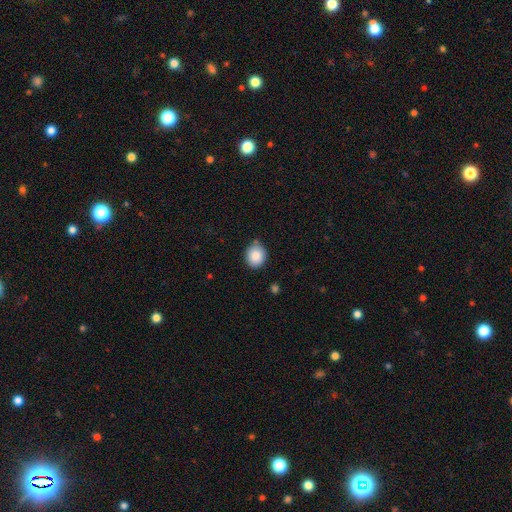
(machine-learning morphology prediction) Smooth or featured: smooth — 86% (star or artifact — 8%)
How rounded: round — 74% (in between — 25%)
Merging: none — 80% (minor disturbance — 14%)